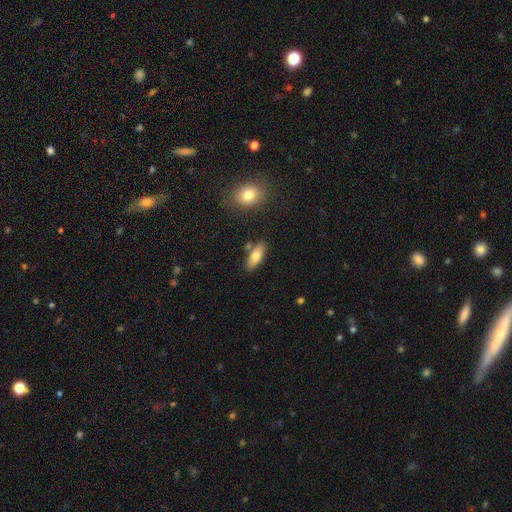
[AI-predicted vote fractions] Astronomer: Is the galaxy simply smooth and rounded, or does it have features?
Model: smooth — 77%.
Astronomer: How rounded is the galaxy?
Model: in between — 79%.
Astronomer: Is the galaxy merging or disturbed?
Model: none — 76%.